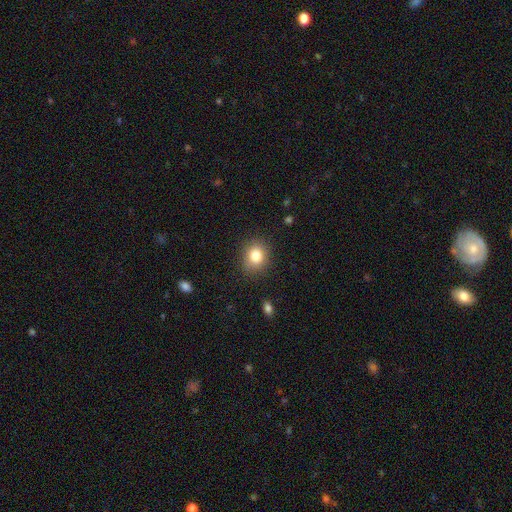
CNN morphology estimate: smooth 82%, star or artifact 11%, featured or disk 7%. Down the decision tree: how rounded — round (64%); merging — none (85%).